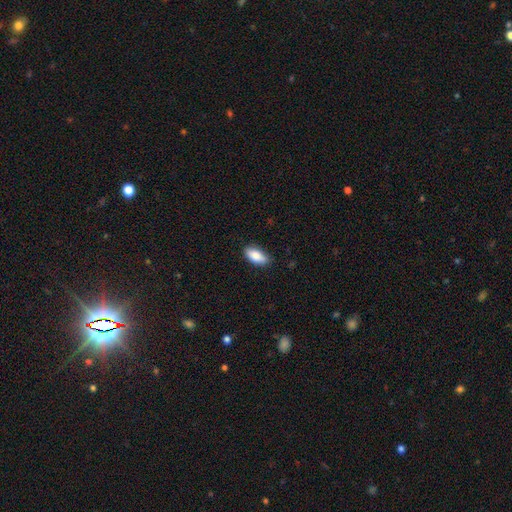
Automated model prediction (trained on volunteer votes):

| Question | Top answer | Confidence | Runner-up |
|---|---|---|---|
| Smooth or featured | smooth | 86% | featured or disk (8%) |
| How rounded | in between | 90% | cigar-shaped (7%) |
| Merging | none | 84% | minor disturbance (12%) |